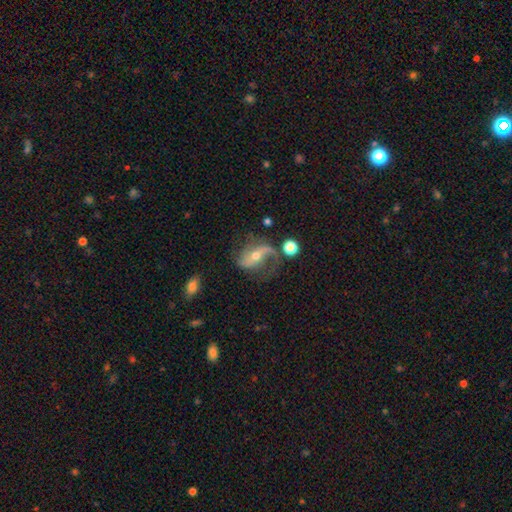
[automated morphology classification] Q: Smooth or featured?
A: featured or disk (82%); runner-up: smooth (11%)
Q: Edge-on disk?
A: no (95%); runner-up: yes (5%)
Q: Bar?
A: strong (35%); runner-up: no (34%)
Q: Spiral arms?
A: yes (94%); runner-up: no (6%)
Q: Spiral winding?
A: loose (63%); runner-up: medium (28%)
Q: Spiral arm count?
A: 2 (79%); runner-up: 1 (14%)
Q: Bulge size?
A: moderate (49%); runner-up: small (46%)
Q: Merging?
A: none (60%); runner-up: minor disturbance (20%)